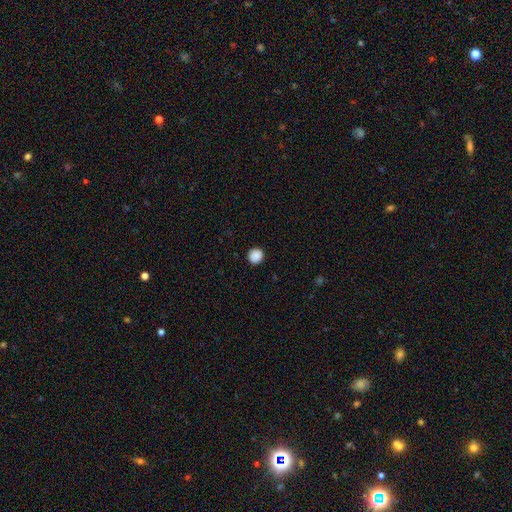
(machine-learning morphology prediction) A smooth galaxy with no disk features (89%) that is round (93%).

Vote fractions:
- Smooth or featured? smooth: 89% / star or artifact: 9% / featured or disk: 3%
- How rounded? round: 93% / in between: 6% / cigar-shaped: 1%
- Merging? none: 92% / minor disturbance: 5% / major disturbance: 2% / merger: 1%